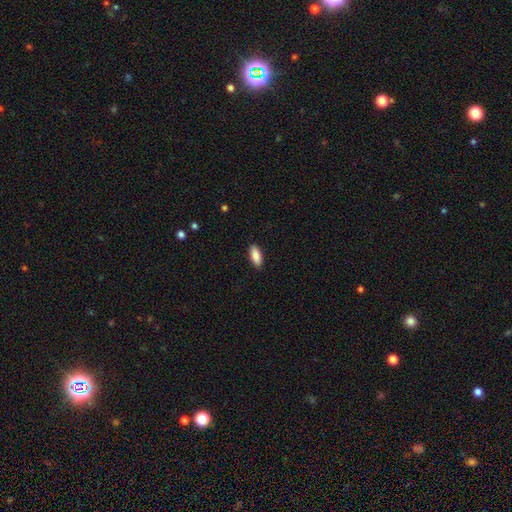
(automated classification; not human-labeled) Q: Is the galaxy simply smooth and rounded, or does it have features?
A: smooth — 88%.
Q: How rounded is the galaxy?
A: in between — 83%.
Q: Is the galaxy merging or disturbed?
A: none — 90%.